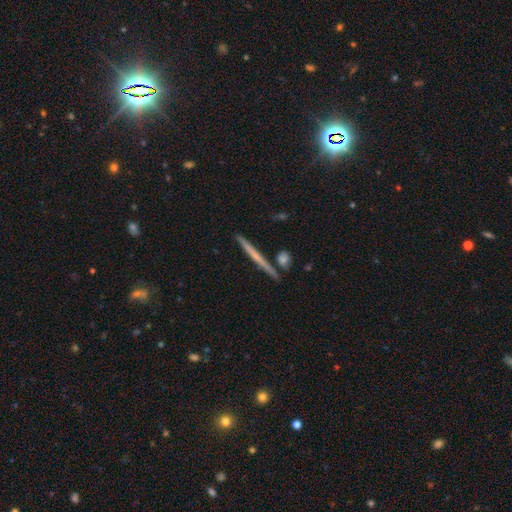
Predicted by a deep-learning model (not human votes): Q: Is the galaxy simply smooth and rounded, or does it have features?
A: featured or disk — 51%.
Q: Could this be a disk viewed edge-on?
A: yes — 97%.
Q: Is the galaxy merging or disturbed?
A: none — 87%.